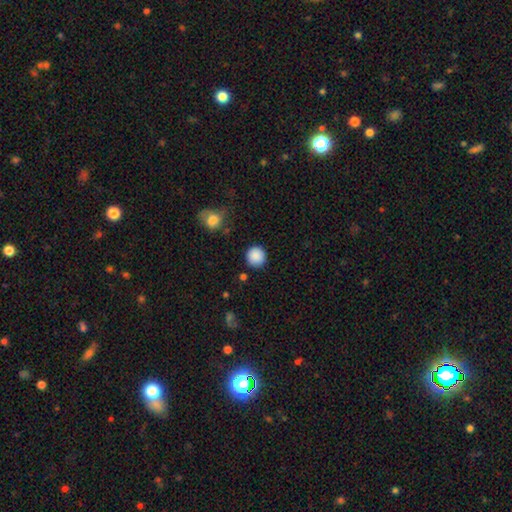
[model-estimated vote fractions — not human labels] Smooth or featured? Predicted: smooth (p=0.88). How rounded? Predicted: round (p=0.94). Merging? Predicted: none (p=0.87).